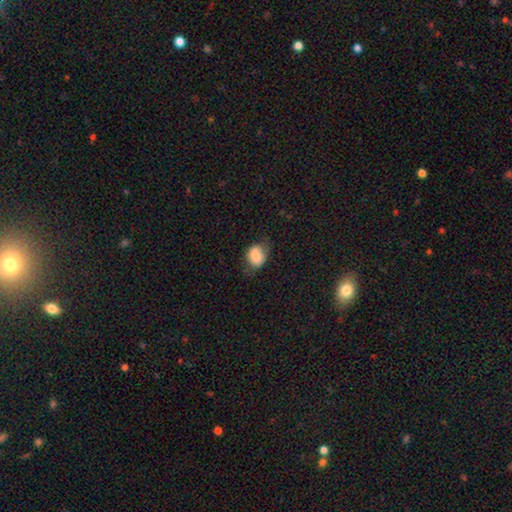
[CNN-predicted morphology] The model was most divided on "how rounded": in between: 66%, round: 33%, cigar-shaped: 1%. More confident: smooth or featured — smooth (79%); merging — none (61%).